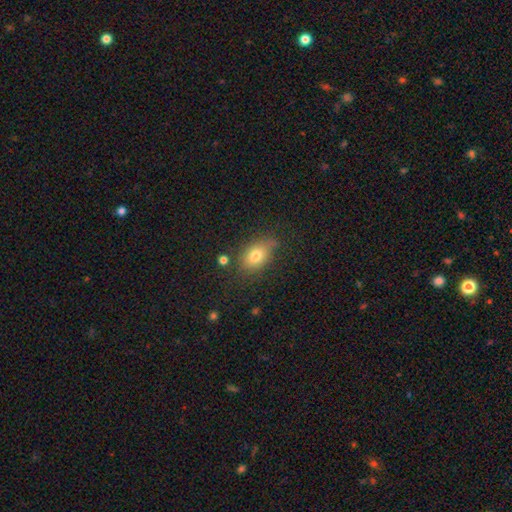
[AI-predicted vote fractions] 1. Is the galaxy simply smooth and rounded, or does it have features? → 76% smooth, 14% featured or disk, 10% star or artifact.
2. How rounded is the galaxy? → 81% in between, 16% round, 3% cigar-shaped.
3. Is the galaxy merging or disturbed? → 64% none, 25% minor disturbance, 8% major disturbance, 4% merger.